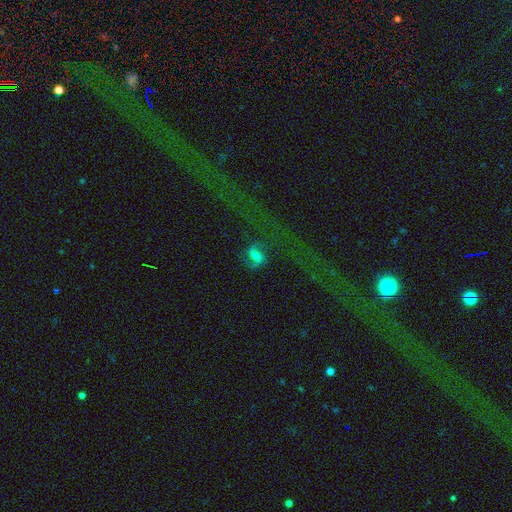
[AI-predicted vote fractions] Smooth or featured?
  - featured or disk: 66% *
  - smooth: 18%
  - star or artifact: 16%
Edge-on disk?
  - no: 97% *
  - yes: 3%
Bar?
  - weak: 45% *
  - no: 29%
  - strong: 26%
Spiral arms?
  - yes: 91% *
  - no: 9%
Spiral winding?
  - loose: 50% *
  - medium: 39%
  - tight: 11%
Spiral arm count?
  - 2: 89% *
  - 1: 4%
  - can't tell: 3%
  - 3: 1%
  - 4: 1%
  - more than 4: 1%
Bulge size?
  - moderate: 54% *
  - small: 34%
  - large: 6%
  - none: 4%
  - dominant: 2%
Merging?
  - none: 65% *
  - major disturbance: 17%
  - minor disturbance: 15%
  - merger: 3%